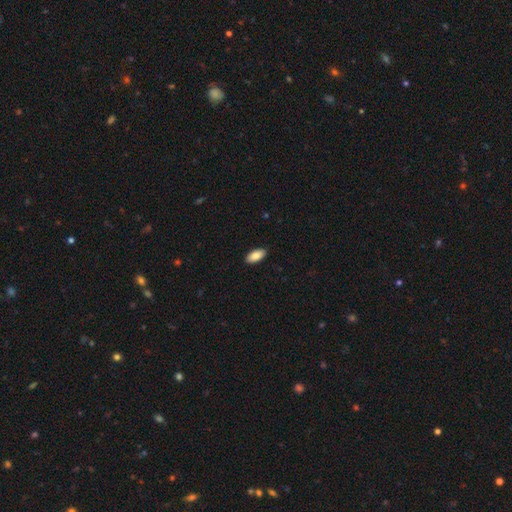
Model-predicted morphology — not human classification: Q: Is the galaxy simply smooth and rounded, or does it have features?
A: smooth — 83%.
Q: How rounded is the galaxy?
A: in between — 91%.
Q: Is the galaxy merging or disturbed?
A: none — 90%.